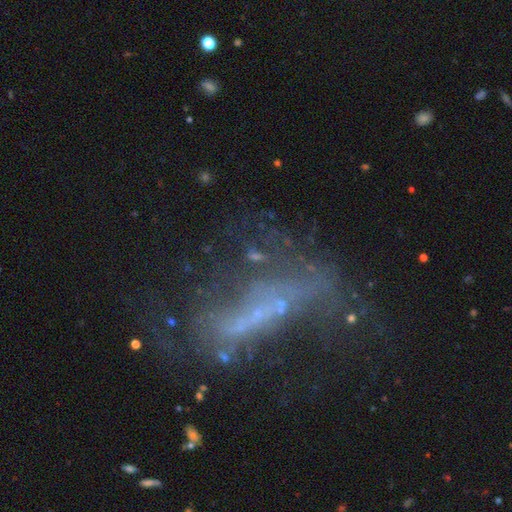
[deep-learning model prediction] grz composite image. It shows a featured or disk galaxy (52%). Merging: none (46%).